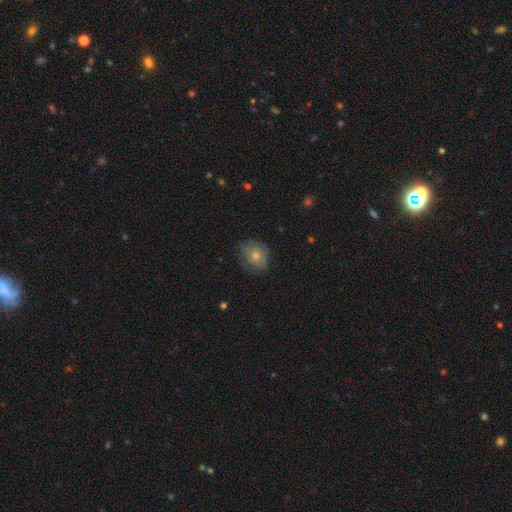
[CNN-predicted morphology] smooth-or-featured: smooth: 68% | featured or disk: 23% | star or artifact: 8%
  how-rounded: round: 66% | in between: 33% | cigar-shaped: 1%
  merging: none: 70% | minor disturbance: 22% | major disturbance: 6% | merger: 1%